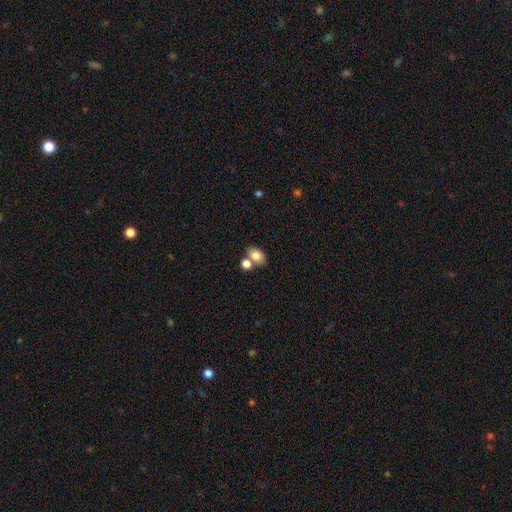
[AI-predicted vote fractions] A smooth galaxy with no disk features (80%) that is in between round and cigar-shaped (77%). Merging: none (51%).